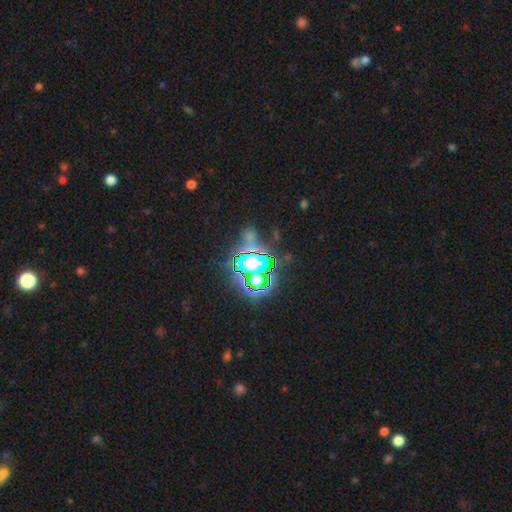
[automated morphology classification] smooth-or-featured: star or artifact: 80% | smooth: 12% | featured or disk: 9%